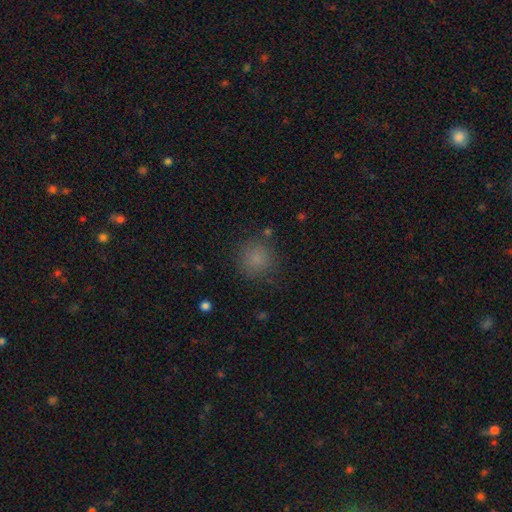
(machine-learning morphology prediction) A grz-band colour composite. It shows a smooth galaxy with no disk features (80%) that is round (91%). Merging: none (84%).